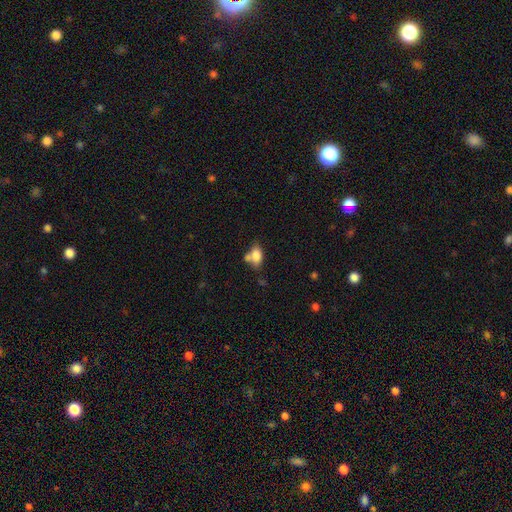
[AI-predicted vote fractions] Morphology: type=smooth (80%); roundness=in between (86%); merging=none (42%).